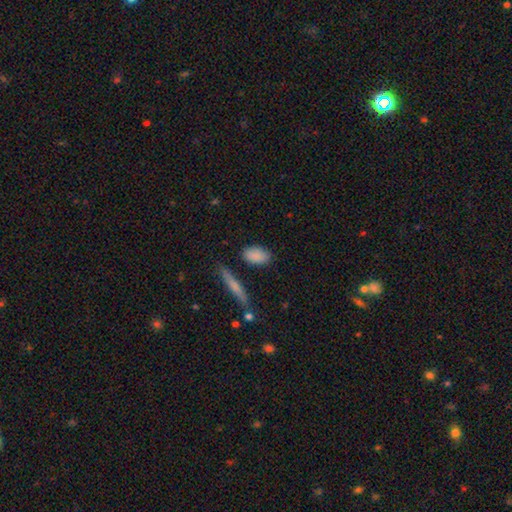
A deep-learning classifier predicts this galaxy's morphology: A smooth galaxy with no disk features (87%) that is in between round and cigar-shaped (90%).

Vote fractions:
- Smooth or featured? smooth: 87% / star or artifact: 7% / featured or disk: 6%
- How rounded? in between: 90% / cigar-shaped: 5% / round: 5%
- Merging? none: 80% / minor disturbance: 13% / merger: 4% / major disturbance: 3%